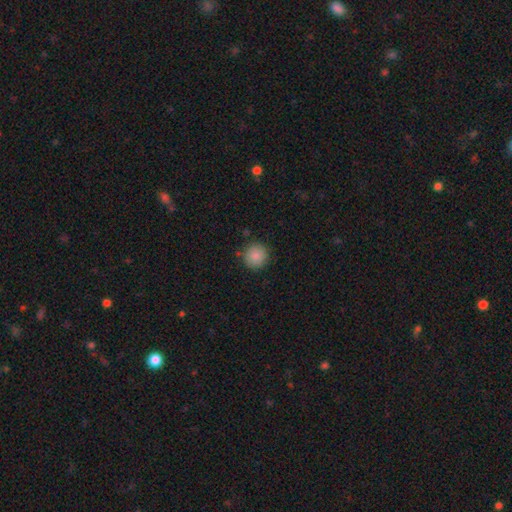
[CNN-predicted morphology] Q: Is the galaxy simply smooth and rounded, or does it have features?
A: smooth — 87%.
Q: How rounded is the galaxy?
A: round — 94%.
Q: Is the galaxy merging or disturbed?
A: none — 88%.